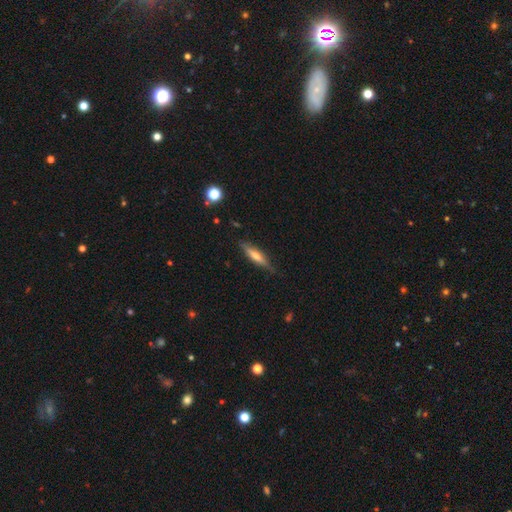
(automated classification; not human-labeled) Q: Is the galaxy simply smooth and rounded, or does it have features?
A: featured or disk — 51%.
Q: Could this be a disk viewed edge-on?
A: yes — 91%.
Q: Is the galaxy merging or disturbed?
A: none — 81%.